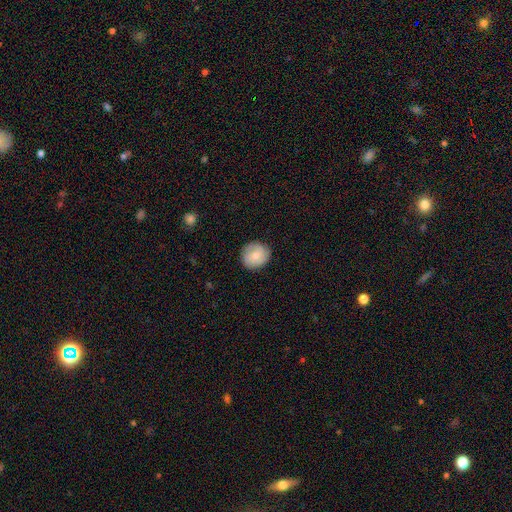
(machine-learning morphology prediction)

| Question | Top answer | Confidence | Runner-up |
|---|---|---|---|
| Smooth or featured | smooth | 64% | featured or disk (29%) |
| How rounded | round | 85% | in between (14%) |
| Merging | none | 84% | minor disturbance (12%) |